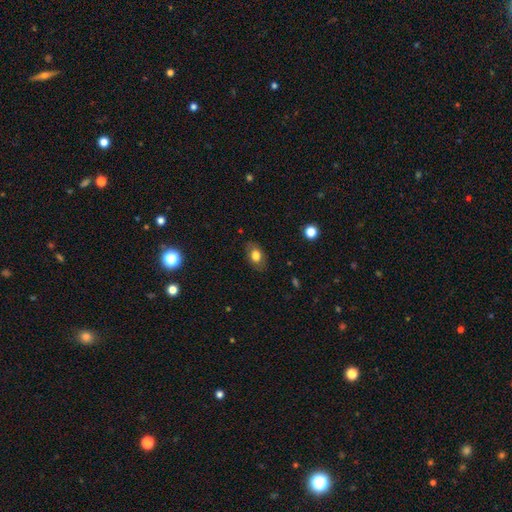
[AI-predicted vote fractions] Smooth or featured?
  - smooth: 75% *
  - featured or disk: 16%
  - star or artifact: 9%
How rounded?
  - in between: 83% *
  - round: 16%
  - cigar-shaped: 2%
Merging?
  - none: 81% *
  - minor disturbance: 14%
  - major disturbance: 4%
  - merger: 1%